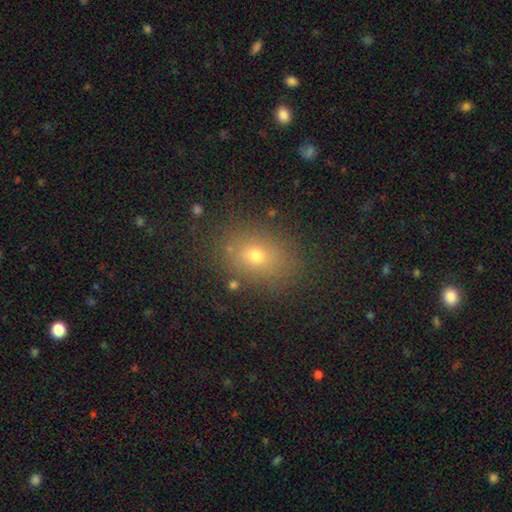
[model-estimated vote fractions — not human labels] Smooth or featured?
  - smooth: 69% *
  - star or artifact: 17%
  - featured or disk: 14%
How rounded?
  - in between: 62% *
  - round: 37%
  - cigar-shaped: 1%
Merging?
  - none: 80% *
  - minor disturbance: 12%
  - major disturbance: 5%
  - merger: 3%